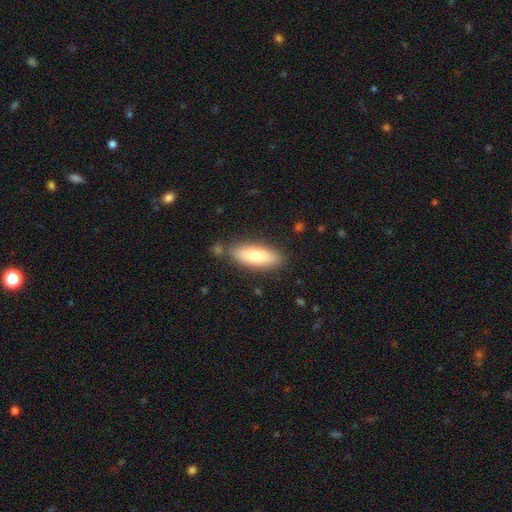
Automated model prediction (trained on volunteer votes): smooth-or-featured: smooth: 77% | featured or disk: 17% | star or artifact: 6%
  how-rounded: in between: 67% | cigar-shaped: 31% | round: 2%
  merging: none: 80% | minor disturbance: 13% | merger: 4% | major disturbance: 3%